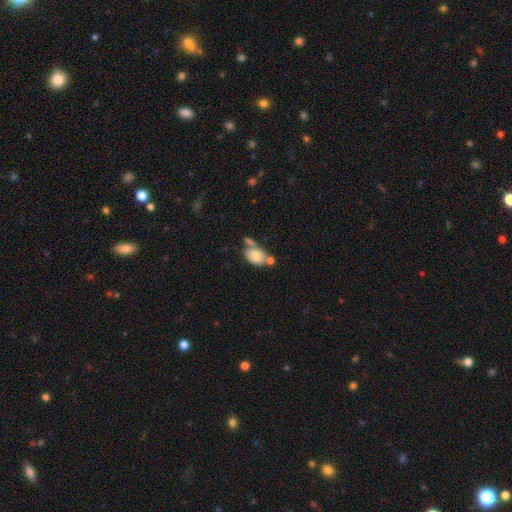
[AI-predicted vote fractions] Overall: smooth (74%). How rounded: in between (79%). Merging: merger (37%; none 34%).